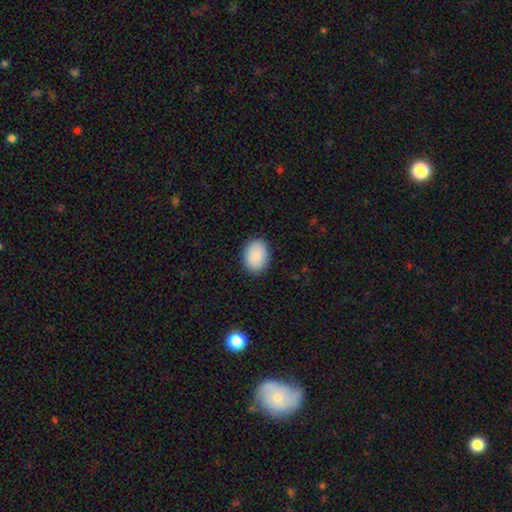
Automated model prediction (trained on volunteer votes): Smooth or featured: smooth — 90% (star or artifact — 6%)
How rounded: in between — 74% (round — 25%)
Merging: none — 88% (minor disturbance — 9%)